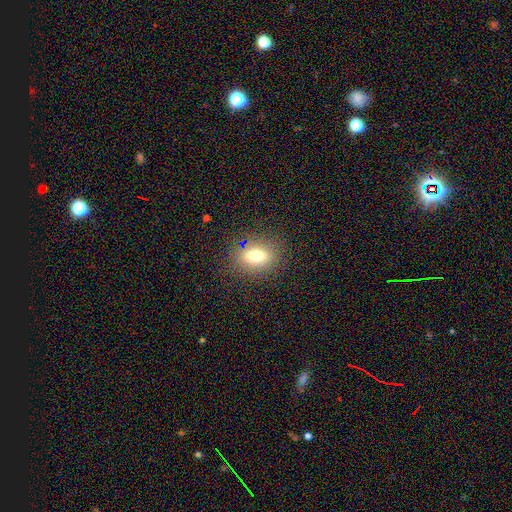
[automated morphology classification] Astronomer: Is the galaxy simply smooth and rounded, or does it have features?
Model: smooth — 69%.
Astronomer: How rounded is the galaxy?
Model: in between — 67%.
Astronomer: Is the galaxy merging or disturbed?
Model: none — 84%.